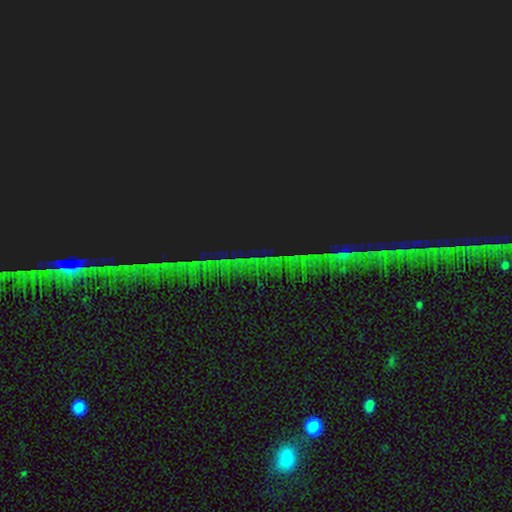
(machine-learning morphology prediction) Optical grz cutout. It shows a star or artifact, not a galaxy (85%).